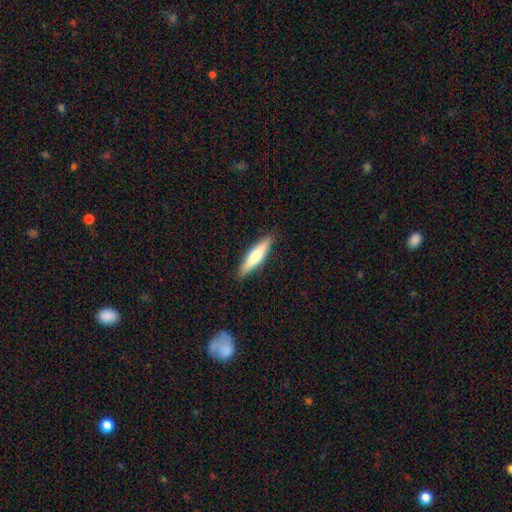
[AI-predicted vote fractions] Overall: smooth (55%; featured or disk 39%). How rounded: cigar-shaped (78%). Merging: none (90%).